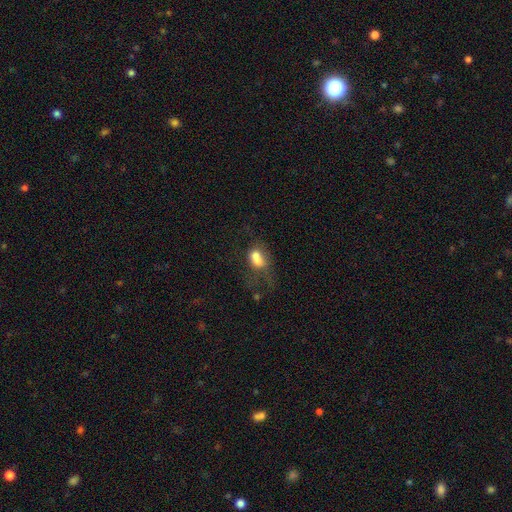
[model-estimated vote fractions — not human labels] The model was most divided on "how rounded": in between: 58%, round: 39%, cigar-shaped: 2%. More confident: merging — merger (63%); smooth or featured — smooth (63%).